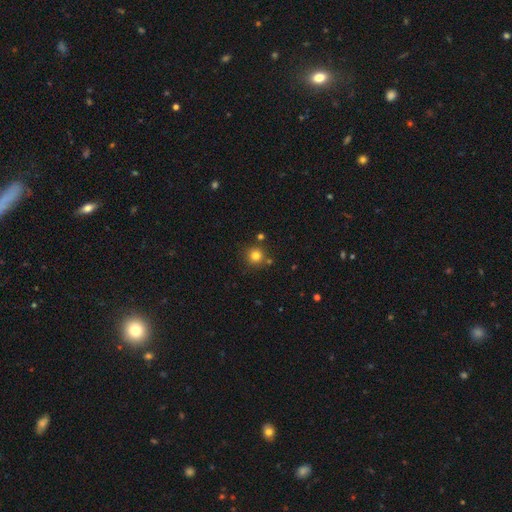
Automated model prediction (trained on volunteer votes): A smooth galaxy with no disk features (79%) that is round (94%). Merging: none (82%).